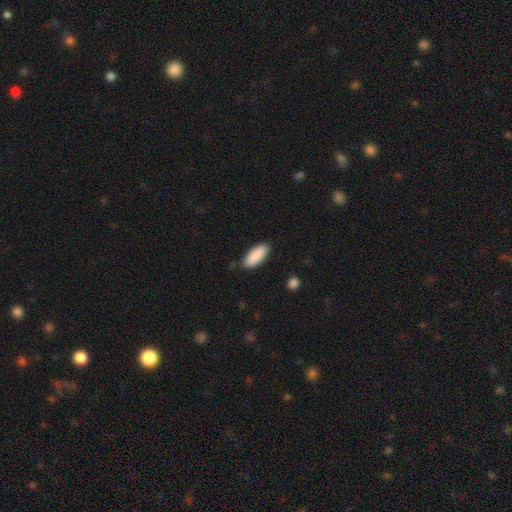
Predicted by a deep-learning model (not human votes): smooth-or-featured: smooth: 90% | star or artifact: 6% | featured or disk: 5%
  how-rounded: in between: 76% | cigar-shaped: 23% | round: 2%
  merging: none: 85% | minor disturbance: 11% | major disturbance: 2% | merger: 2%